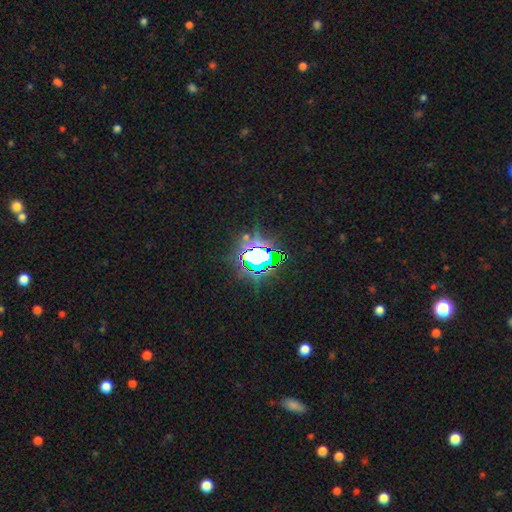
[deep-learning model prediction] smooth-or-featured: star or artifact: 74% | smooth: 15% | featured or disk: 11%